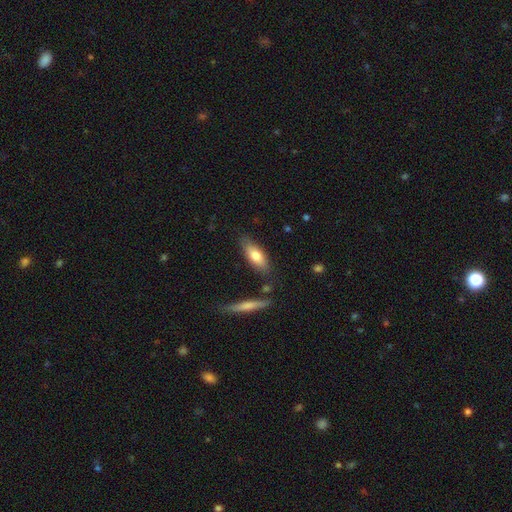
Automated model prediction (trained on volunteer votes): Smooth or featured?
  - smooth: 73% *
  - featured or disk: 21%
  - star or artifact: 6%
How rounded?
  - in between: 65% *
  - cigar-shaped: 33%
  - round: 2%
Merging?
  - none: 78% *
  - minor disturbance: 14%
  - merger: 5%
  - major disturbance: 3%